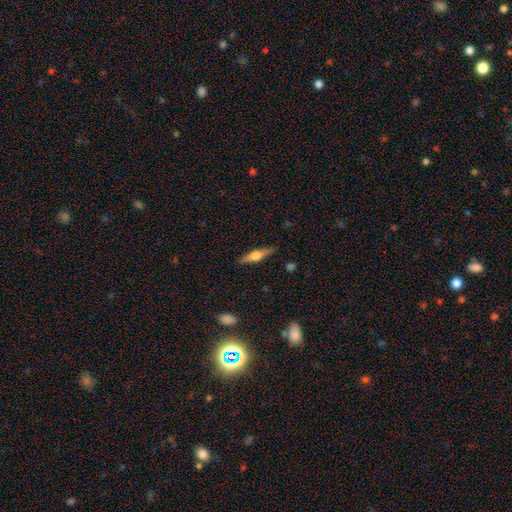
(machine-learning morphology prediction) Q: Smooth or featured?
A: featured or disk (60%); runner-up: smooth (34%)
Q: Edge-on disk?
A: yes (96%); runner-up: no (4%)
Q: Edge-on bulge?
A: rounded (90%); runner-up: boxy (7%)
Q: Merging?
A: none (88%); runner-up: minor disturbance (8%)